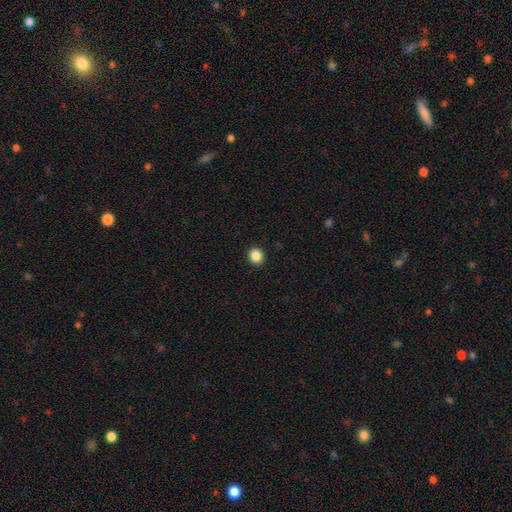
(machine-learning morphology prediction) smooth_or_featured: smooth (p=0.87) [alt: star or artifact p=0.10]
how_rounded: round (p=0.76) [alt: in between p=0.23]
merging: none (p=0.92) [alt: minor disturbance p=0.05]